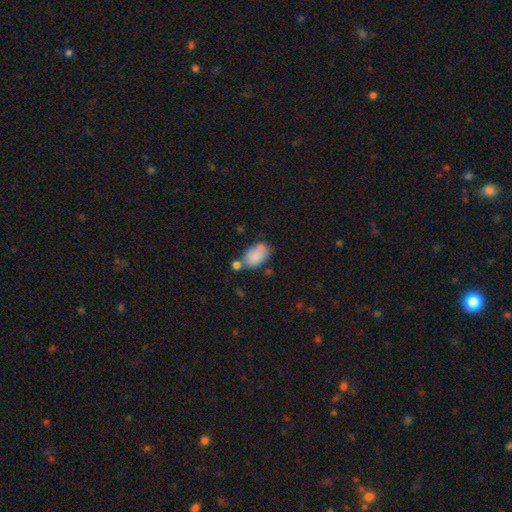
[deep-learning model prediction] This is clearly a smooth galaxy (81%). How rounded: clearly in between (89%). Merging: possibly none (48%).